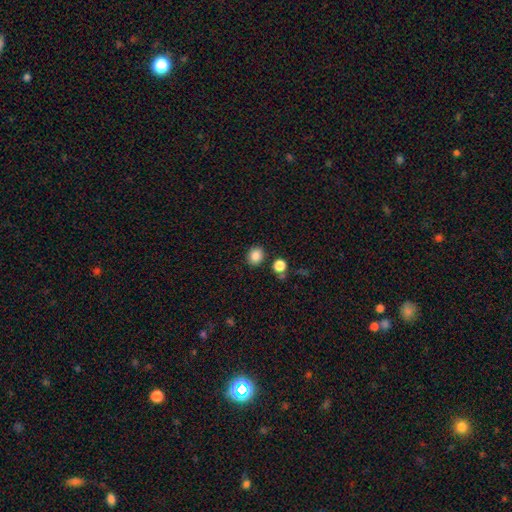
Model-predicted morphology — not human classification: type=smooth (86%); roundness=round (65%); merging=none (84%).